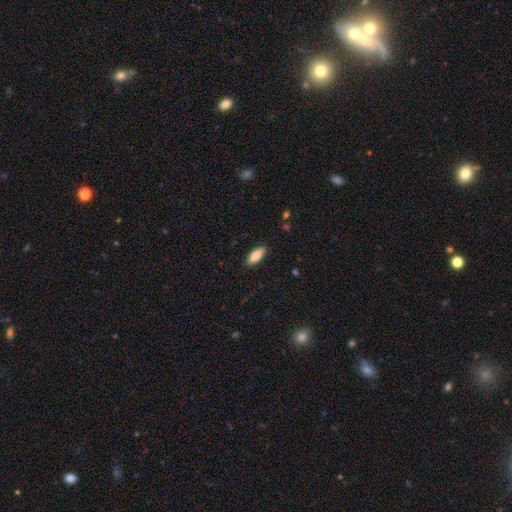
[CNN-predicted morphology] smooth 87%, featured or disk 7%, star or artifact 6%. Down the decision tree: how rounded — in between (75%); merging — none (88%).